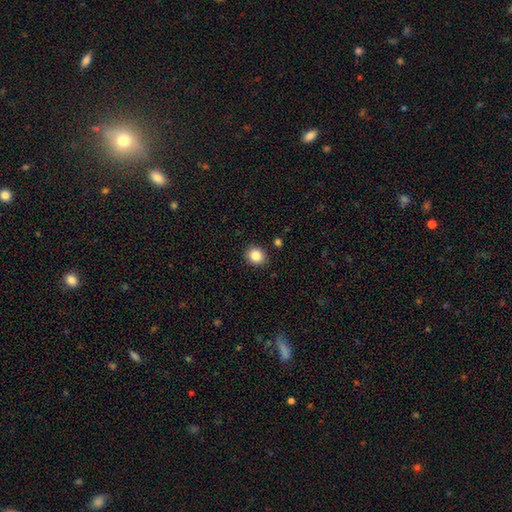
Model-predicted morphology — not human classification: A smooth galaxy with no disk features (86%) that is round (74%). Merging: none (90%).